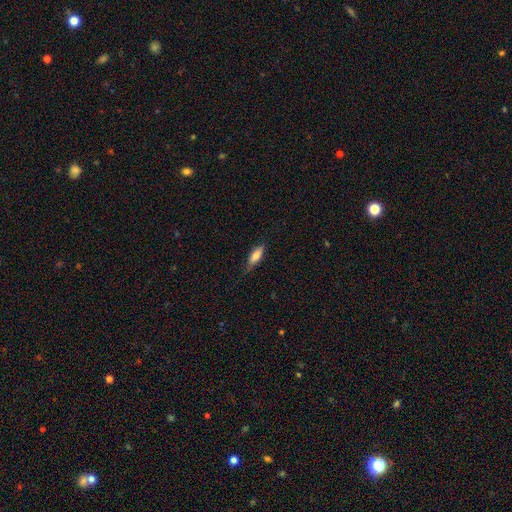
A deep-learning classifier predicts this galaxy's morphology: A smooth galaxy with no disk features (77%) that is in between round and cigar-shaped (63%). Merging: none (72%).